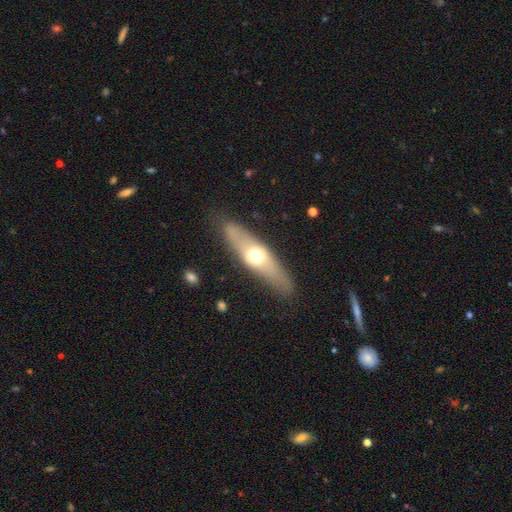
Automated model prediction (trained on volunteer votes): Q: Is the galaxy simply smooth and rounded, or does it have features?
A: featured or disk — 47%.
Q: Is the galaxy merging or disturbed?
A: none — 84%.